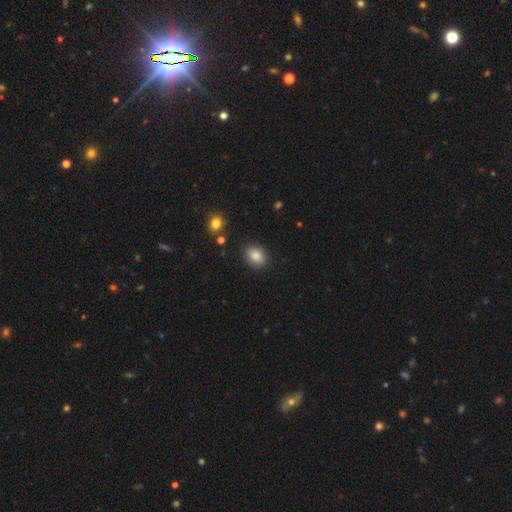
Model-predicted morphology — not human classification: smooth 86%, star or artifact 9%, featured or disk 5%. Down the decision tree: how rounded — in between (51%); merging — none (86%).